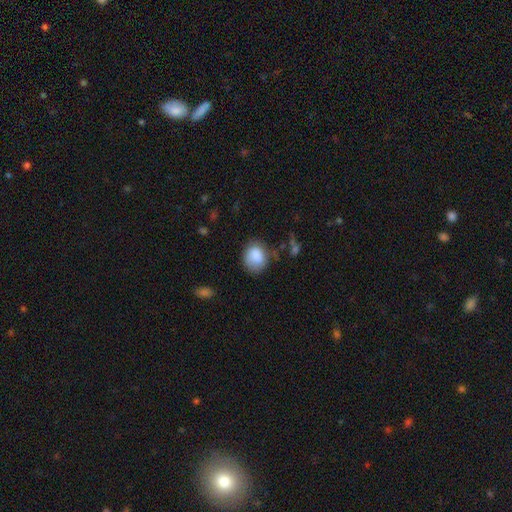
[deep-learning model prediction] This appears to be a smooth galaxy with no disk features (82%) that is round (52%). Merging: none (60%).